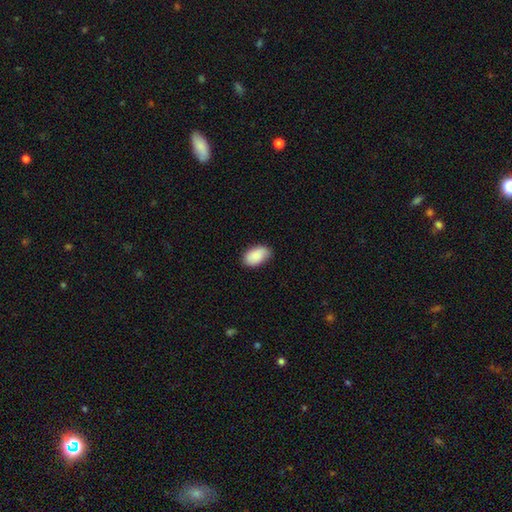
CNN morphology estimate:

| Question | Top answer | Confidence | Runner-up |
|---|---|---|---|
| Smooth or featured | smooth | 88% | star or artifact (6%) |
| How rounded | in between | 94% | round (5%) |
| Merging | none | 75% | minor disturbance (20%) |